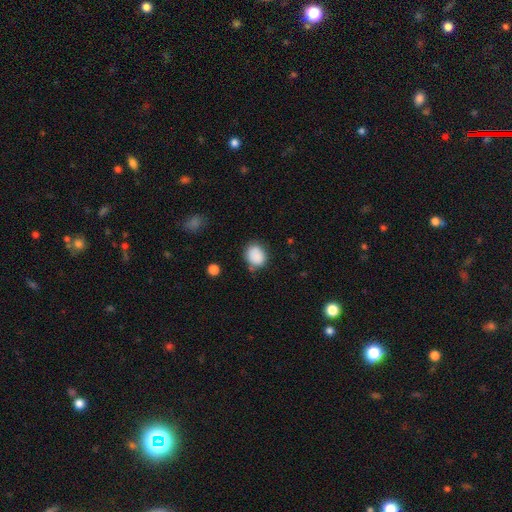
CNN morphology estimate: Smooth or featured? Predicted: smooth (p=0.87). How rounded? Predicted: round (p=0.54). Merging? Predicted: none (p=0.73).